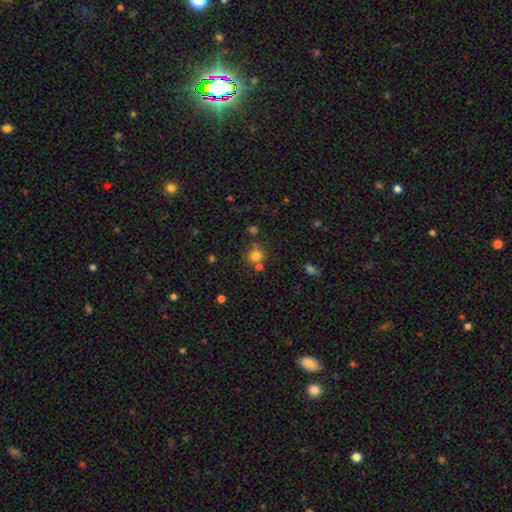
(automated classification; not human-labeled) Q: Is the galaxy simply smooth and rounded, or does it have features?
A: smooth — 76%.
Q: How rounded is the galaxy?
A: round — 84%.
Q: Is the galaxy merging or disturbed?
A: none — 63%.